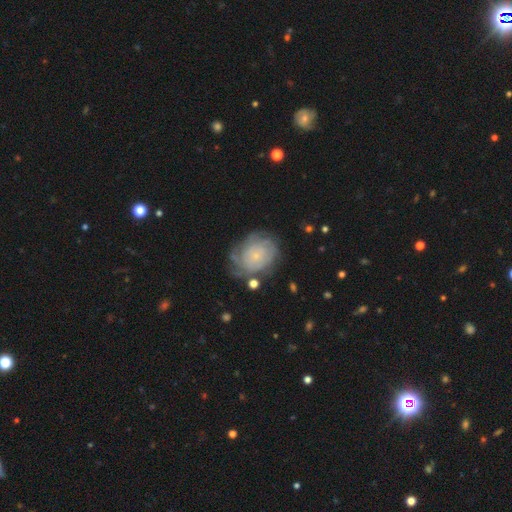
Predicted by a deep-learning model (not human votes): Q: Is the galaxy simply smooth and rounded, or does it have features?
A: featured or disk — 69%.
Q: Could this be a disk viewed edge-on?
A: no — 97%.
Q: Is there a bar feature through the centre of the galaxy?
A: no — 84%.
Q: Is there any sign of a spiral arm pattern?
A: yes — 85%.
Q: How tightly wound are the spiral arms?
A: tight — 72%.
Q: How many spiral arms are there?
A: can't tell — 52%.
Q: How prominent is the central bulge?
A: small — 83%.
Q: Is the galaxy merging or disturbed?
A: none — 62%.